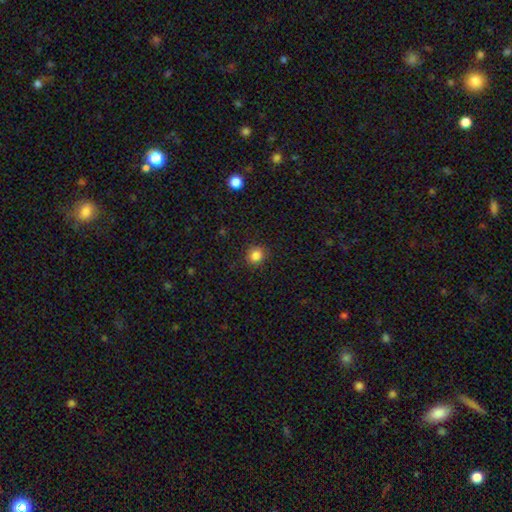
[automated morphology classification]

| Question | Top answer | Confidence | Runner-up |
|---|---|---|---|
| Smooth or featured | smooth | 85% | star or artifact (11%) |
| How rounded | round | 82% | in between (17%) |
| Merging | none | 89% | minor disturbance (8%) |